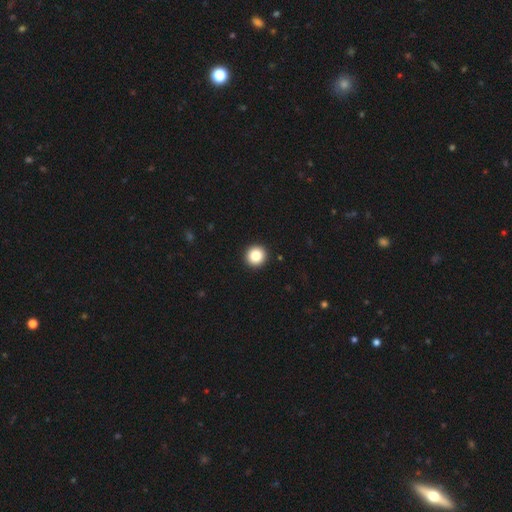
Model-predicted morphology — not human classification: The model was most divided on "smooth or featured": smooth: 85%, star or artifact: 10%, featured or disk: 5%. More confident: how rounded — round (96%); merging — none (94%).